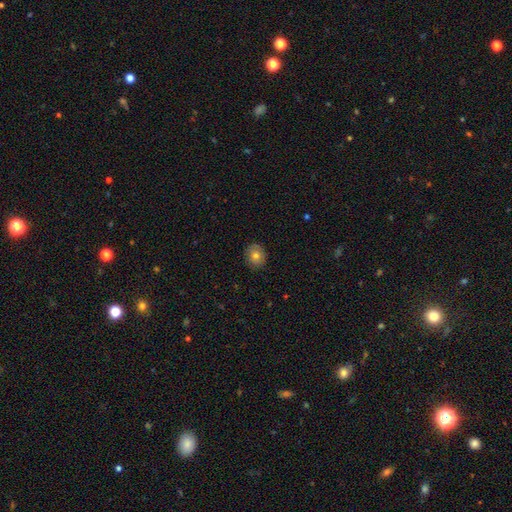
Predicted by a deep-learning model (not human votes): Smooth or featured? Predicted: smooth (p=0.72). How rounded? Predicted: round (p=0.73). Merging? Predicted: none (p=0.85).